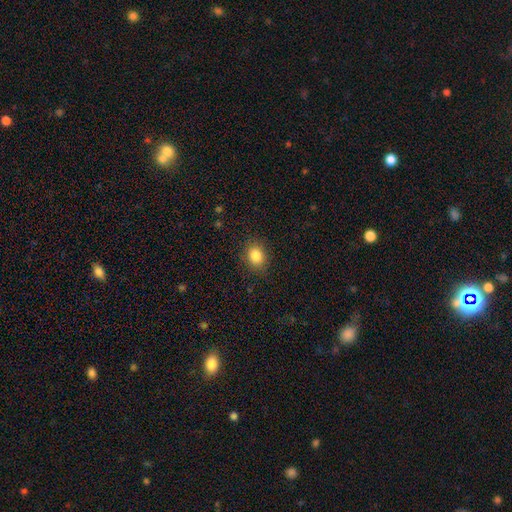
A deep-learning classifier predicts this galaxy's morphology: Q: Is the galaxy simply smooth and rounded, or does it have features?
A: smooth — 85%.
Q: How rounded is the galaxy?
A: in between — 52%.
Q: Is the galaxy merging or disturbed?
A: none — 86%.